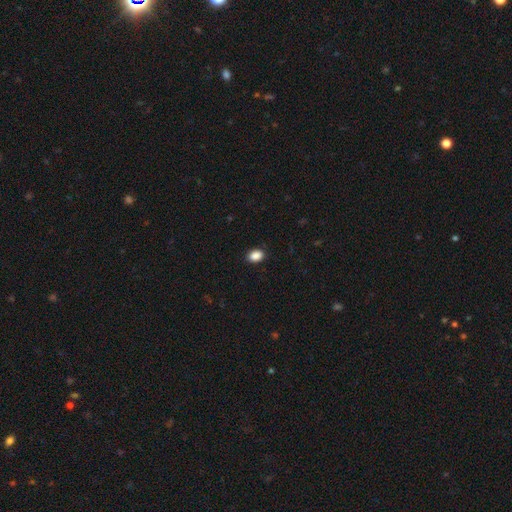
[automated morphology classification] Smooth or featured? Predicted: smooth (p=0.89). How rounded? Predicted: in between (p=0.80). Merging? Predicted: none (p=0.89).